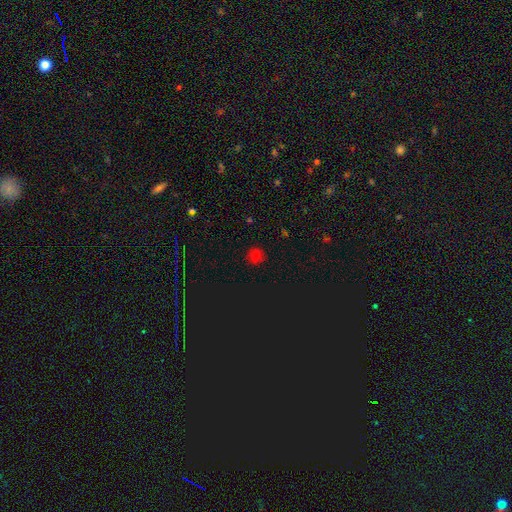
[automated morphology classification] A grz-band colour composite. It shows a smooth galaxy with no disk features (60%) that is round (88%). Merging: none (86%).